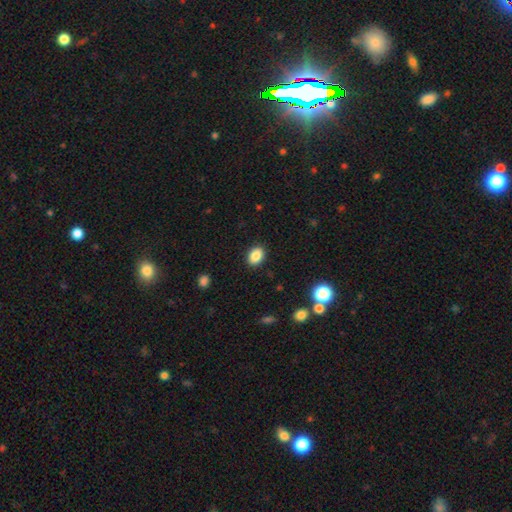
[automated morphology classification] Smooth or featured? Predicted: smooth (p=0.87). How rounded? Predicted: in between (p=0.77). Merging? Predicted: none (p=0.89).